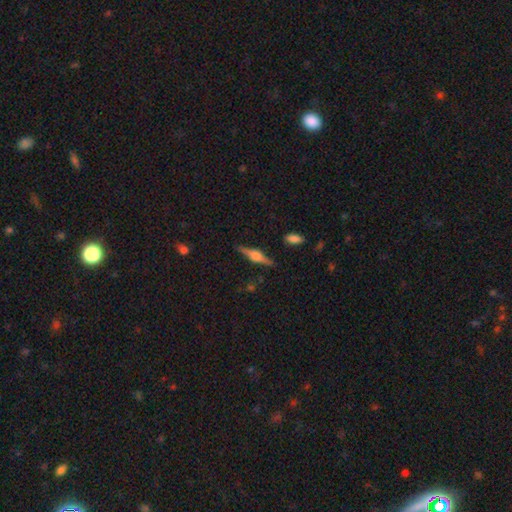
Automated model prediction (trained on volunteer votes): A featured or disk galaxy (74%) viewed edge-on (98%) with a rounded central bulge (82%).

Vote fractions:
- Smooth or featured? featured or disk: 74% / smooth: 20% / star or artifact: 7%
- Edge-on disk? yes: 98% / no: 2%
- Edge-on bulge? rounded: 82% / boxy: 16% / none: 2%
- Merging? none: 87% / minor disturbance: 9% / major disturbance: 2% / merger: 1%